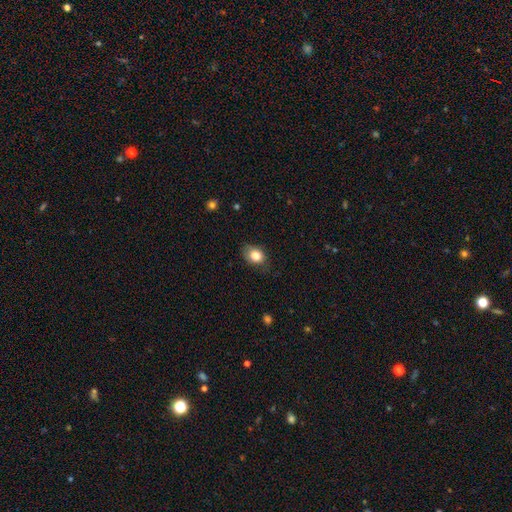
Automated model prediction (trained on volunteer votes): This appears to be a smooth galaxy with no disk features (82%) that is in between round and cigar-shaped (69%). Merging: none (67%).